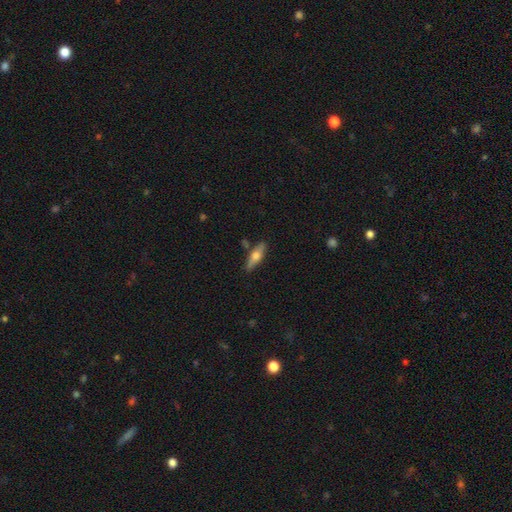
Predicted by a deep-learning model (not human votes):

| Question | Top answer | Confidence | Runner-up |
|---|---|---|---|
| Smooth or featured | smooth | 54% | featured or disk (40%) |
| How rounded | cigar-shaped | 58% | in between (40%) |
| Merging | none | 81% | minor disturbance (12%) |